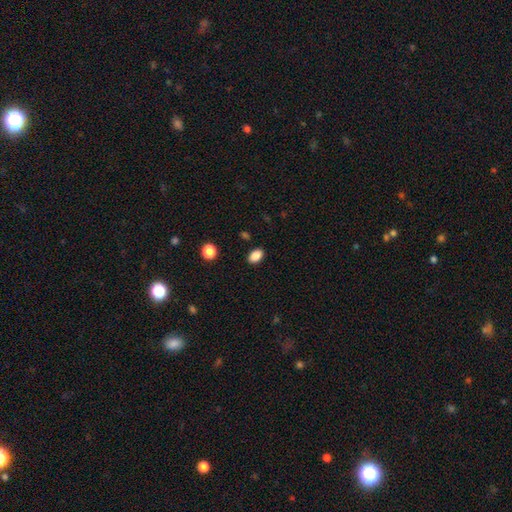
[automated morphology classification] Smooth or featured: smooth — 87% (star or artifact — 9%)
How rounded: in between — 83% (round — 16%)
Merging: none — 88% (minor disturbance — 8%)